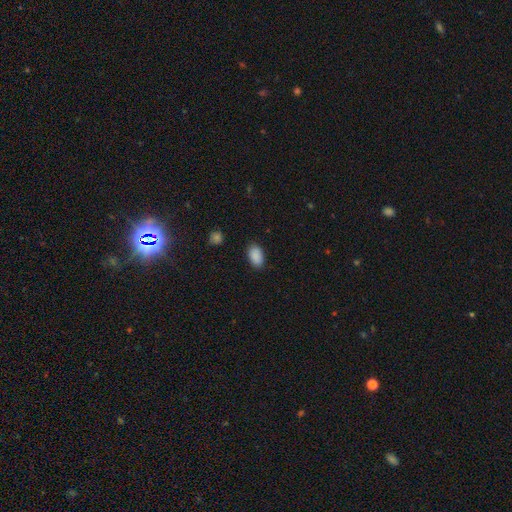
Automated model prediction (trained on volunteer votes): smooth_or_featured: smooth (p=0.89) [alt: star or artifact p=0.08]
how_rounded: in between (p=0.92) [alt: round p=0.06]
merging: none (p=0.86) [alt: minor disturbance p=0.10]